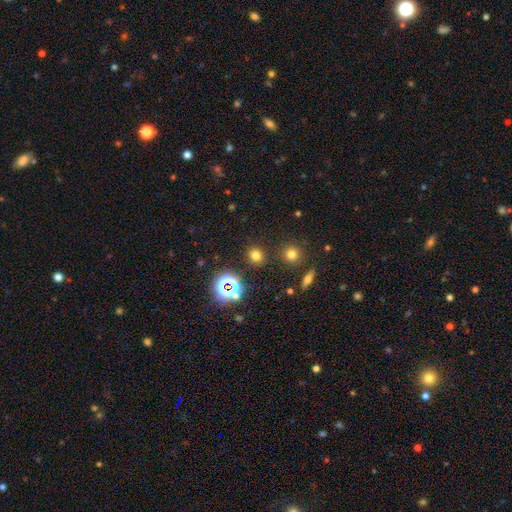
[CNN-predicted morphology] smooth-or-featured: smooth: 69% | star or artifact: 25% | featured or disk: 6%
  how-rounded: round: 86% | in between: 13% | cigar-shaped: 1%
  merging: none: 88% | minor disturbance: 6% | major disturbance: 3% | merger: 3%